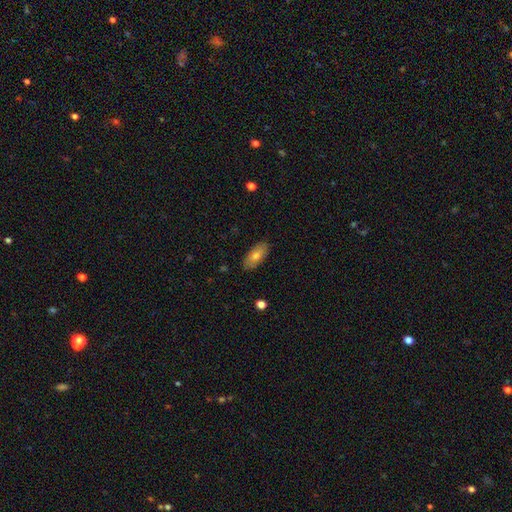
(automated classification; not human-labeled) A smooth galaxy with no disk features (70%) that is in between round and cigar-shaped (88%).

Vote fractions:
- Smooth or featured? smooth: 70% / featured or disk: 23% / star or artifact: 7%
- How rounded? in between: 88% / cigar-shaped: 9% / round: 3%
- Merging? none: 87% / minor disturbance: 10% / major disturbance: 2% / merger: 1%